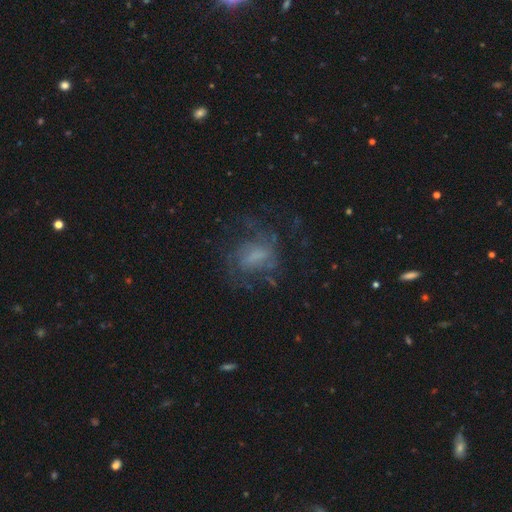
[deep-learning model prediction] The model was most divided on "bar" (2-way tie): no: 43%, weak: 43%, strong: 14%. Remaining: edge-on disk — no (96%); spiral arms — yes (73%); smooth or featured — featured or disk (59%); merging — none (54%); bulge size — none (37%).